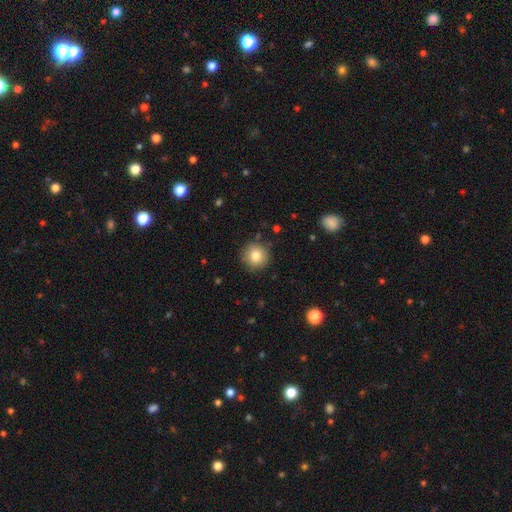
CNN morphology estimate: Smooth or featured? Predicted: smooth (p=0.81). How rounded? Predicted: round (p=0.94). Merging? Predicted: none (p=0.88).